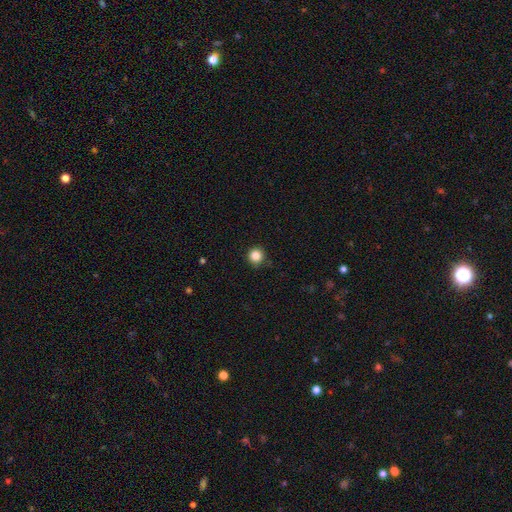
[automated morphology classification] smooth_or_featured: smooth (p=0.85) [alt: star or artifact p=0.11]
how_rounded: round (p=0.95) [alt: in between p=0.04]
merging: none (p=0.88) [alt: minor disturbance p=0.09]